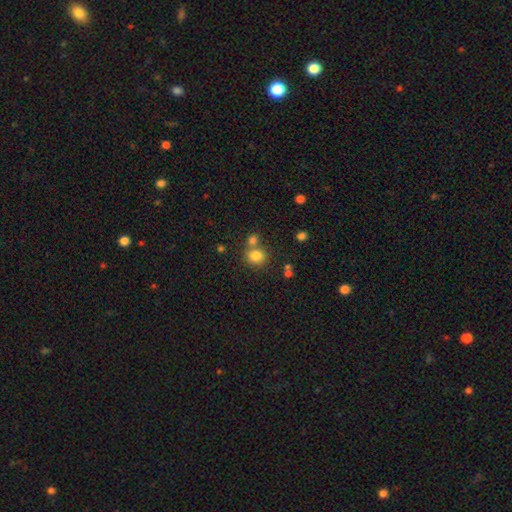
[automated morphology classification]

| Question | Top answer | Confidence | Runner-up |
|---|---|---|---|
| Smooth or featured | smooth | 81% | star or artifact (12%) |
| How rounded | round | 83% | in between (16%) |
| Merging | none | 62% | merger (27%) |